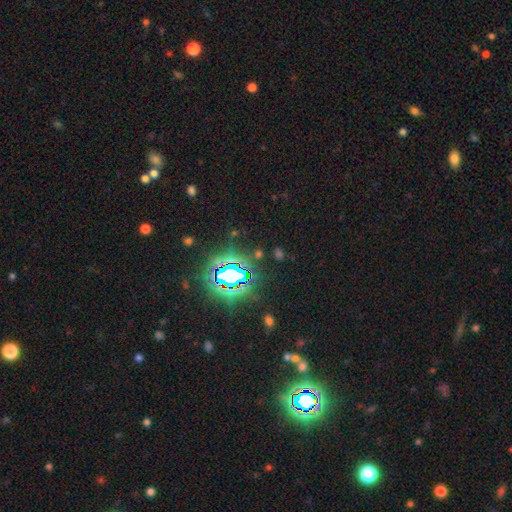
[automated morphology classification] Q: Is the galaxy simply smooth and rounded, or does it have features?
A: star or artifact — 80%.